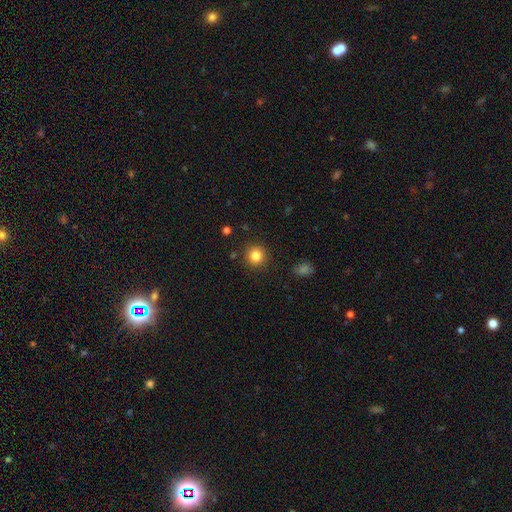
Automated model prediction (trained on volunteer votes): A smooth galaxy with no disk features (83%) that is round (92%). Merging: none (90%).